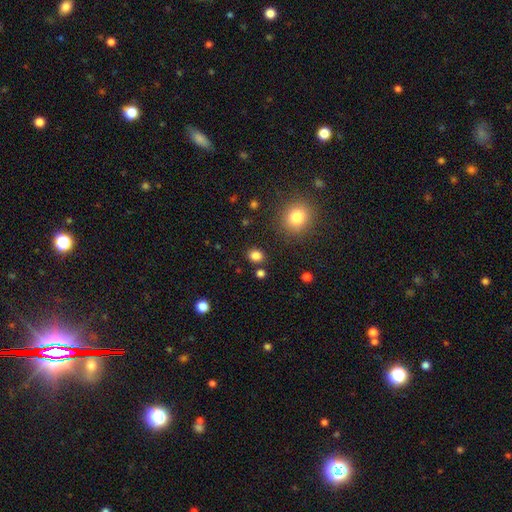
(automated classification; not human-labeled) A smooth galaxy with no disk features (83%) that is round (66%). Merging: none (85%).